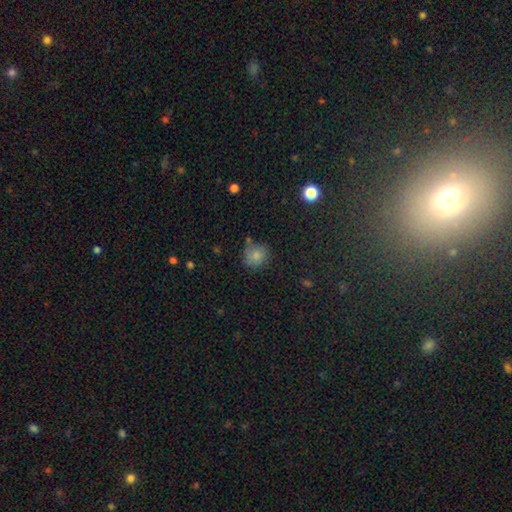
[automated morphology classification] smooth_or_featured: smooth (p=0.80) [alt: star or artifact p=0.11]
how_rounded: round (p=0.83) [alt: in between p=0.16]
merging: none (p=0.64) [alt: minor disturbance p=0.22]